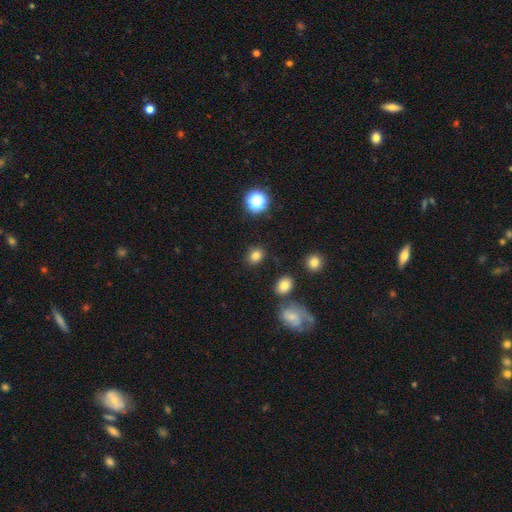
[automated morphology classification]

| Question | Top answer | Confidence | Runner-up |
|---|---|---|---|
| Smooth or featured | smooth | 80% | star or artifact (13%) |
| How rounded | round | 61% | in between (38%) |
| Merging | none | 85% | minor disturbance (9%) |